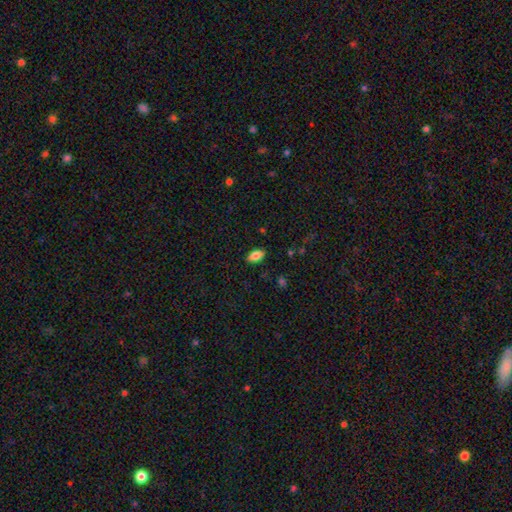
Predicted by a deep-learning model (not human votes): smooth_or_featured: smooth (p=0.82) [alt: featured or disk p=0.10]
how_rounded: in between (p=0.91) [alt: cigar-shaped p=0.05]
merging: none (p=0.87) [alt: minor disturbance p=0.09]